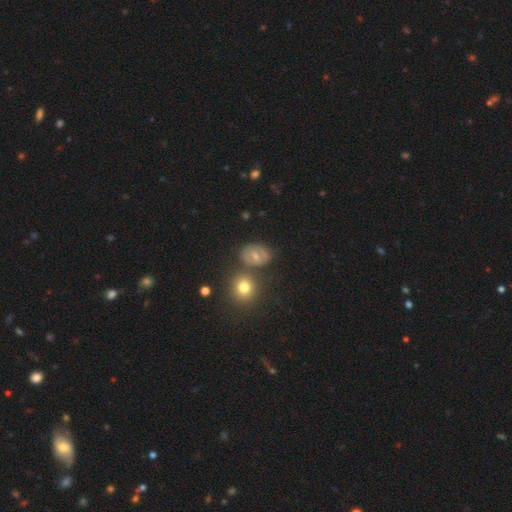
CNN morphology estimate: The model was most divided on "how rounded": round: 51%, in between: 48%, cigar-shaped: 1%. More confident: merging — none (65%); smooth or featured — smooth (52%).